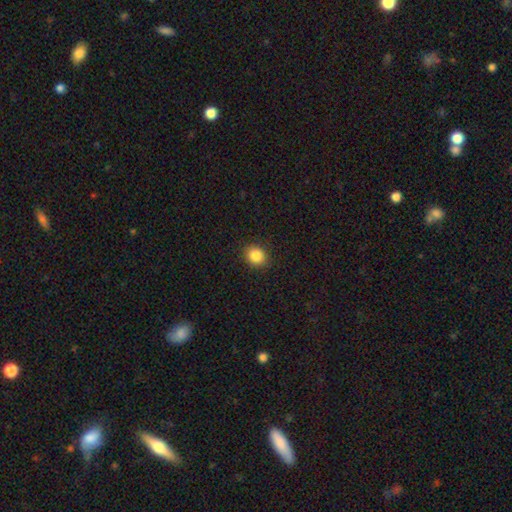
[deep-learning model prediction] Smooth or featured? Predicted: smooth (p=0.86). How rounded? Predicted: round (p=0.70). Merging? Predicted: none (p=0.90).